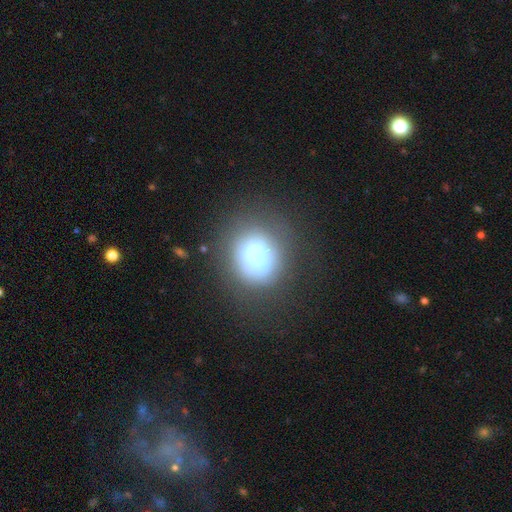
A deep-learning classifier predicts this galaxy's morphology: A smooth galaxy with no disk features (47%).

Vote fractions:
- Smooth or featured? smooth: 47% / featured or disk: 38% / star or artifact: 15%
- Merging? none: 48% / minor disturbance: 20% / major disturbance: 17% / merger: 16%